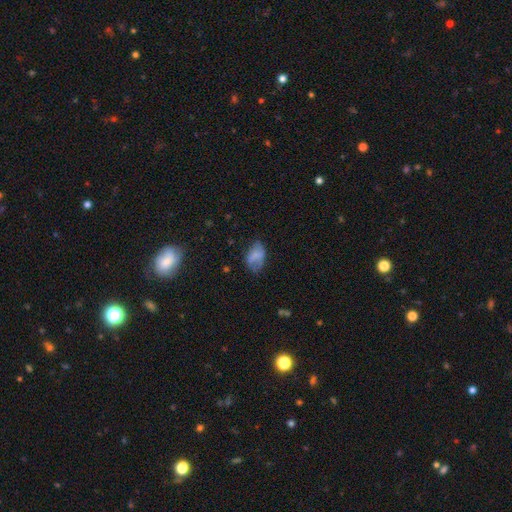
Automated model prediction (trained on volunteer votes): Smooth or featured? smooth (69%)
How rounded? in between (89%)
Merging? none (50%)